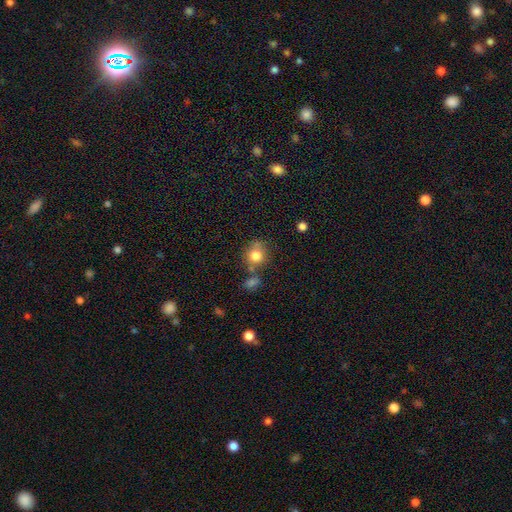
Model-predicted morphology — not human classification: smooth 80%, star or artifact 11%, featured or disk 9%. Down the decision tree: how rounded — round (82%); merging — none (62%).